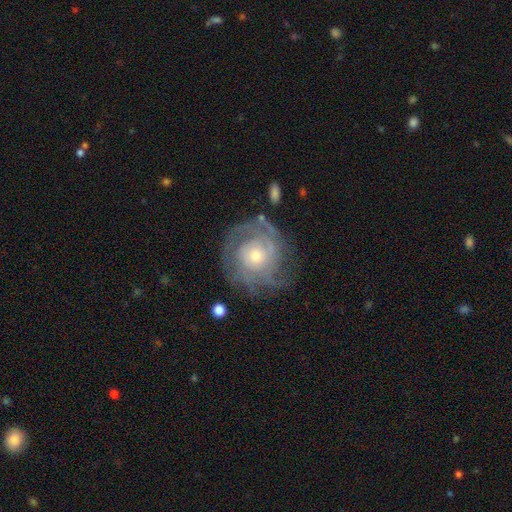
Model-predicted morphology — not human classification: Smooth or featured: featured or disk — 81% (smooth — 12%)
Edge-on disk: no — 97% (yes — 3%)
Bar: no — 81% (weak — 16%)
Spiral arms: yes — 90% (no — 10%)
Spiral winding: tight — 68% (medium — 24%)
Spiral arm count: can't tell — 42% (2 — 18%)
Bulge size: moderate — 50% (small — 43%)
Merging: none — 73% (minor disturbance — 15%)